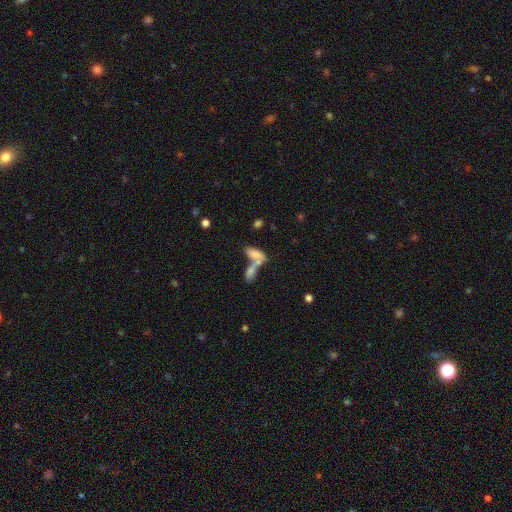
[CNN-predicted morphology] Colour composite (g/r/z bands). It shows a smooth galaxy with no disk features (74%) that is in between round and cigar-shaped (76%). Merging: merger (62%).